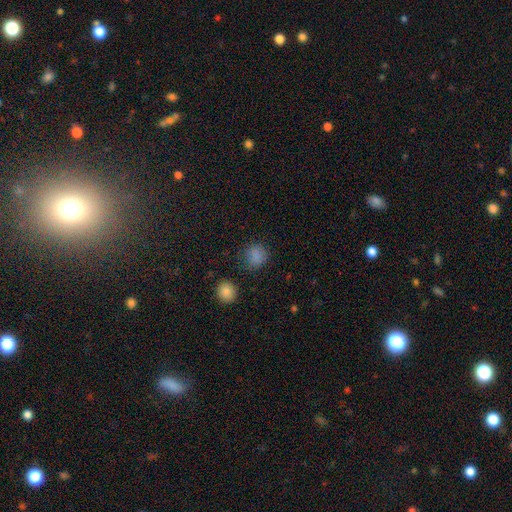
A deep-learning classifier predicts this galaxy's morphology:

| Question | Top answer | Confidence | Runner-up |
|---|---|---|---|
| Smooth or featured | smooth | 81% | star or artifact (15%) |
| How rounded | round | 86% | in between (13%) |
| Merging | none | 79% | minor disturbance (13%) |